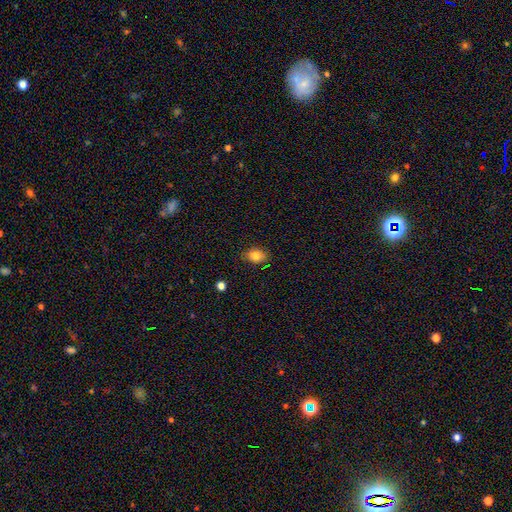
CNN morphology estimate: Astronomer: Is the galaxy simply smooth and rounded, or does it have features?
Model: smooth — 81%.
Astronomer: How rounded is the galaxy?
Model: in between — 64%.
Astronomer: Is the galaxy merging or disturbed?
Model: none — 82%.